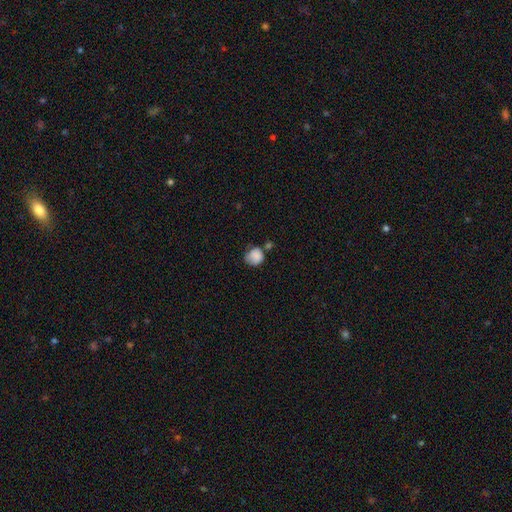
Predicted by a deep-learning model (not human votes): Smooth or featured: smooth — 83% (featured or disk — 9%)
How rounded: round — 78% (in between — 21%)
Merging: none — 47% (minor disturbance — 29%)